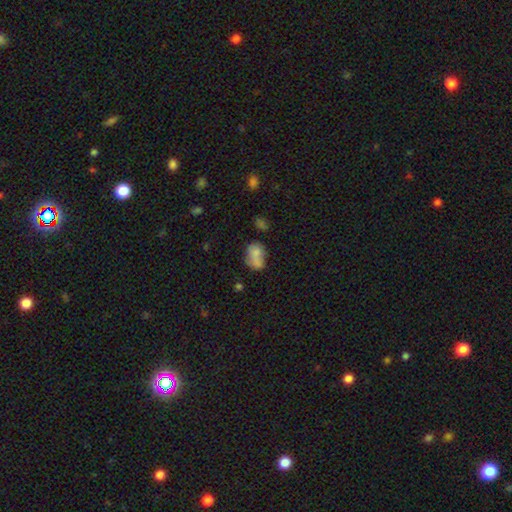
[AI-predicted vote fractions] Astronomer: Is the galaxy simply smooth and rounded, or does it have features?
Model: smooth — 74%.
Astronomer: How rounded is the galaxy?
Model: in between — 74%.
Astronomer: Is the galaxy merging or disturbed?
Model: none — 37% (runner-up: merger, 28%).